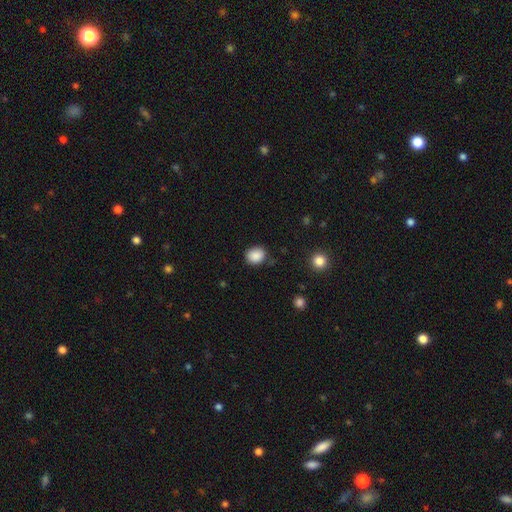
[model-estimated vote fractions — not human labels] smooth-or-featured: smooth: 88% | star or artifact: 9% | featured or disk: 3%
  how-rounded: round: 56% | in between: 43% | cigar-shaped: 1%
  merging: none: 81% | minor disturbance: 14% | major disturbance: 3% | merger: 2%